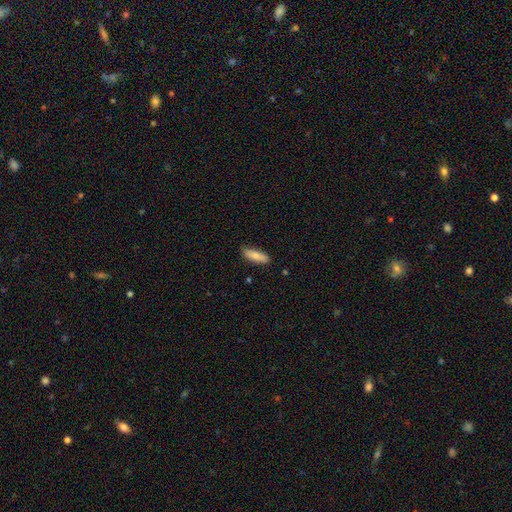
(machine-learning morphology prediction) The model was most divided on "how rounded": in between: 51%, cigar-shaped: 47%, round: 2%. More confident: merging — none (86%); smooth or featured — smooth (79%).